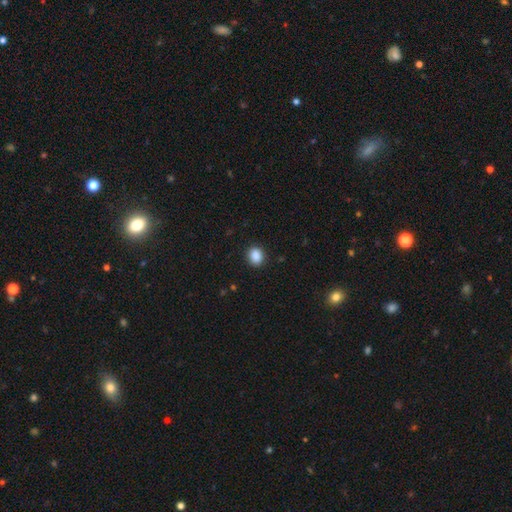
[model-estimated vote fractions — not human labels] smooth-or-featured: smooth: 89% | star or artifact: 9% | featured or disk: 3%
  how-rounded: round: 56% | in between: 43% | cigar-shaped: 1%
  merging: none: 90% | minor disturbance: 7% | major disturbance: 2% | merger: 1%